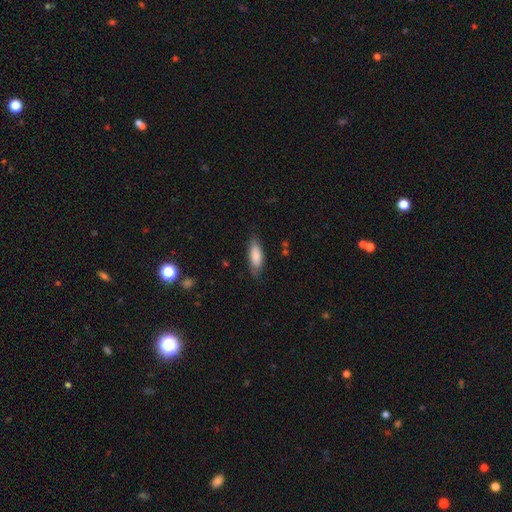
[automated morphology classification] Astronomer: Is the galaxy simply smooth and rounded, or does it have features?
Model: smooth — 83%.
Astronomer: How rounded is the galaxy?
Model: in between — 71%.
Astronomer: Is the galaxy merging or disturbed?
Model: none — 78%.